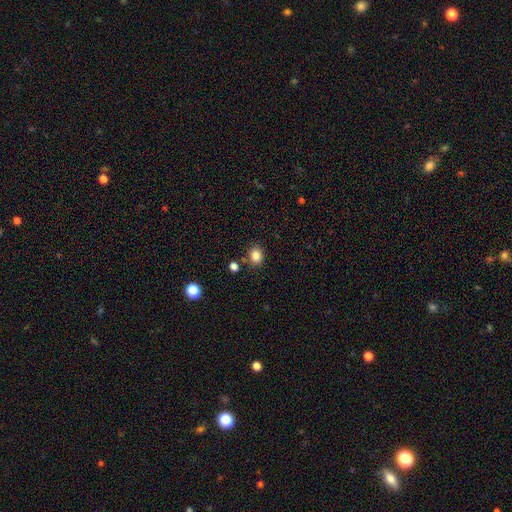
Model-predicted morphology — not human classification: A smooth galaxy with no disk features (83%) that is round (61%). Merging: none (80%).